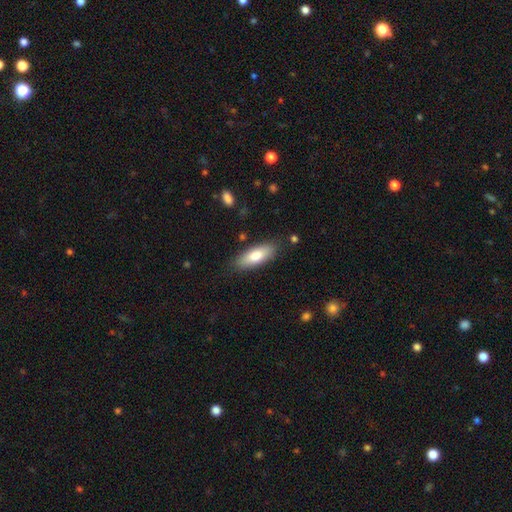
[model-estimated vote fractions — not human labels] This is likely a smooth galaxy (79%). How rounded: likely in between (67%). Merging: clearly none (84%).